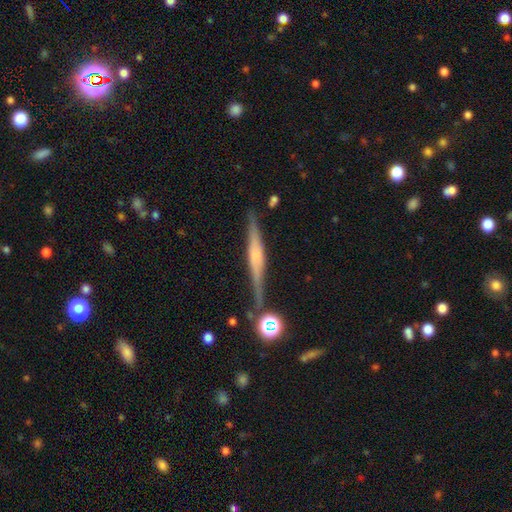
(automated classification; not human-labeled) The model was most divided on "edge-on bulge": rounded: 58%, boxy: 26%, none: 16%. More confident: edge-on disk — yes (97%); merging — none (81%); smooth or featured — featured or disk (69%).